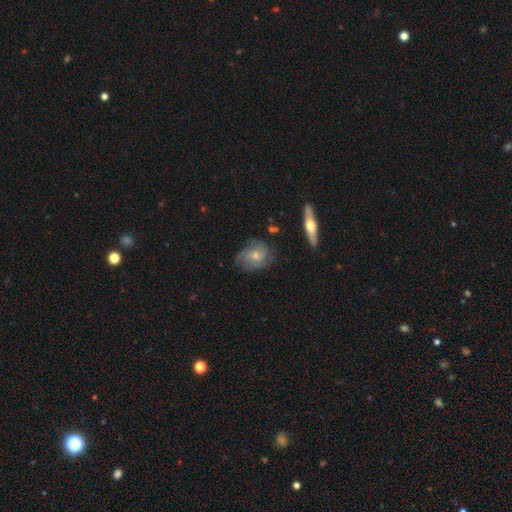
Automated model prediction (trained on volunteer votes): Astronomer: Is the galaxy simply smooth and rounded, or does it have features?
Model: featured or disk — 64%.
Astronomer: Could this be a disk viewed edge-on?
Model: no — 94%.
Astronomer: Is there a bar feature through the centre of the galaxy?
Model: no — 75%.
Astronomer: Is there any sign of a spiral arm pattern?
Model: yes — 85%.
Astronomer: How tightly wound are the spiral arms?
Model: tight — 43% (runner-up: medium, 40%).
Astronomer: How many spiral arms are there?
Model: can't tell — 33% (runner-up: 3, 26%).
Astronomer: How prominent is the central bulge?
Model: moderate — 53% (runner-up: small, 39%).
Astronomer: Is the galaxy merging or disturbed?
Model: none — 67%.